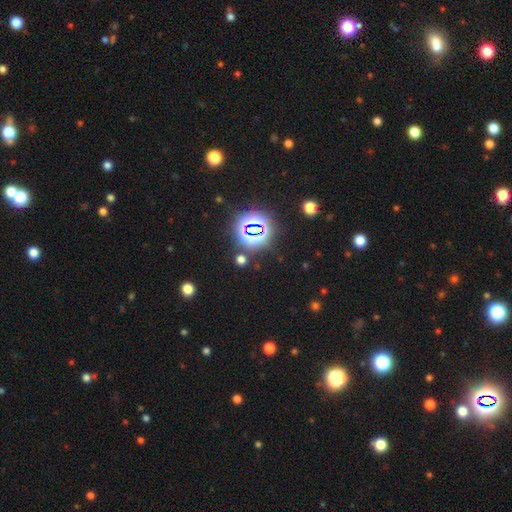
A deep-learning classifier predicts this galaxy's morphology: A star or artifact, not a galaxy (77%).